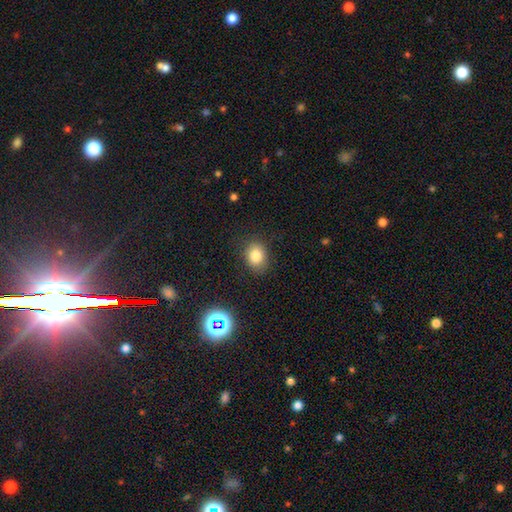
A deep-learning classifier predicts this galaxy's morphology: Smooth or featured? Predicted: smooth (p=0.80). How rounded? Predicted: in between (p=0.52). Merging? Predicted: none (p=0.84).